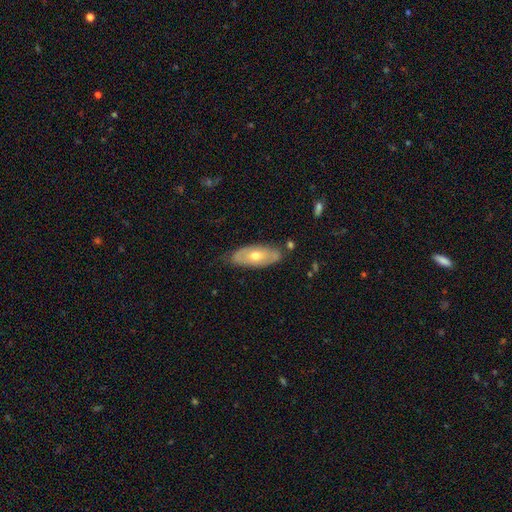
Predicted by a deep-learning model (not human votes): Morphology: type=featured or disk (50%); edge-on=no (79%); merging=none (75%).